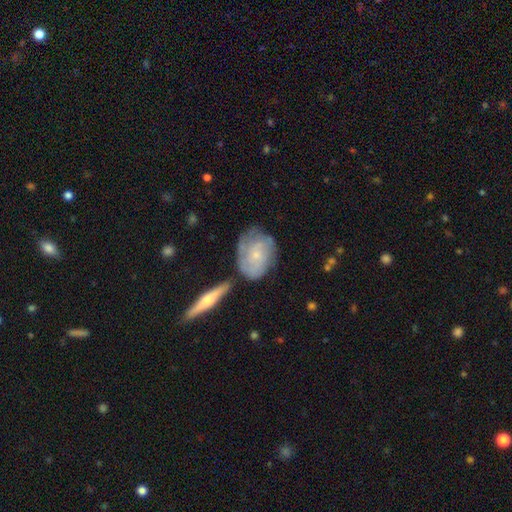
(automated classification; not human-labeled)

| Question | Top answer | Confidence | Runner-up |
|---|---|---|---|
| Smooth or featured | featured or disk | 63% | smooth (30%) |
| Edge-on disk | no | 93% | yes (7%) |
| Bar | no | 80% | weak (17%) |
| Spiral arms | yes | 79% | no (21%) |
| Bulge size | small | 77% | moderate (16%) |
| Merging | none | 60% | minor disturbance (23%) |